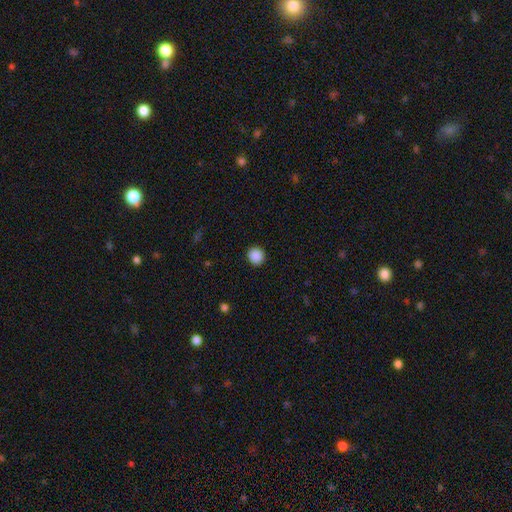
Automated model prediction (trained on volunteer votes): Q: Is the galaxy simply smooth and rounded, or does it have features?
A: smooth — 89%.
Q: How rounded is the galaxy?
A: round — 92%.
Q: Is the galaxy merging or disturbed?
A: none — 92%.